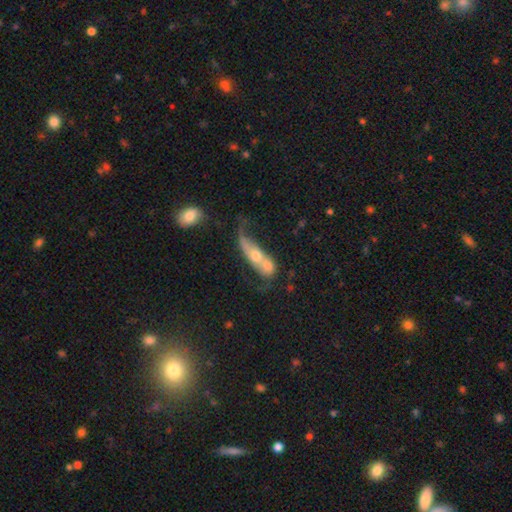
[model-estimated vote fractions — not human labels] smooth_or_featured: featured or disk (p=0.49) [alt: smooth p=0.42]
merging: merger (p=0.59) [alt: none p=0.16]